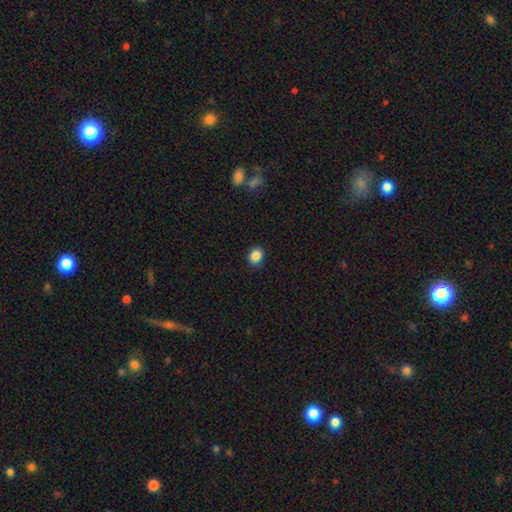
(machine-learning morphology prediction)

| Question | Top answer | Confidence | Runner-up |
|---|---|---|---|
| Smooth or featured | smooth | 87% | star or artifact (10%) |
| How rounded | round | 61% | in between (39%) |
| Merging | none | 87% | minor disturbance (9%) |